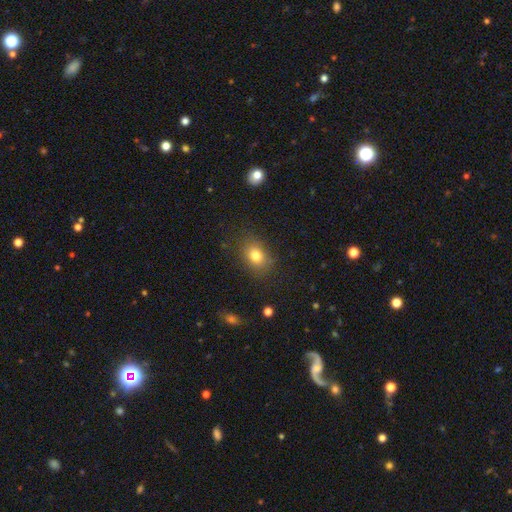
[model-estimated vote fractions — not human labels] Smooth or featured?
  - smooth: 79% *
  - star or artifact: 11%
  - featured or disk: 9%
How rounded?
  - in between: 64% *
  - round: 34%
  - cigar-shaped: 1%
Merging?
  - none: 81% *
  - minor disturbance: 13%
  - major disturbance: 4%
  - merger: 2%